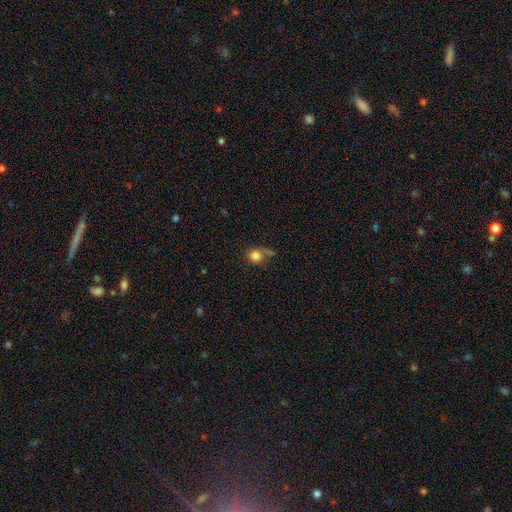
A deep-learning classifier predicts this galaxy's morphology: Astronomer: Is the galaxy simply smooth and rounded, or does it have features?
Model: smooth — 82%.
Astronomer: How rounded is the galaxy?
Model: round — 84%.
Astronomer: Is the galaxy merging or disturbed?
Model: none — 52%.